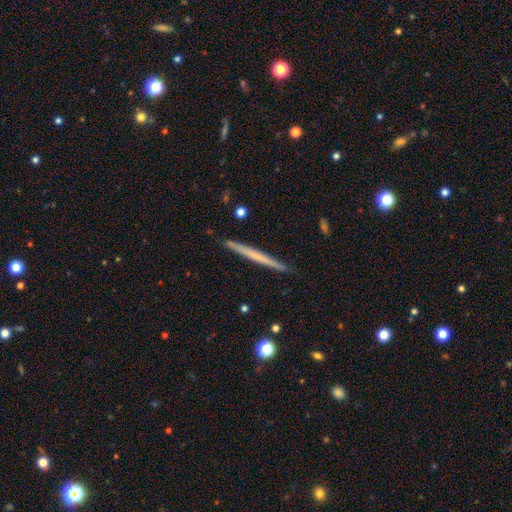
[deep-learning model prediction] Smooth or featured: featured or disk — 47% (tied with smooth — 47%)
Merging: none — 91% (minor disturbance — 6%)